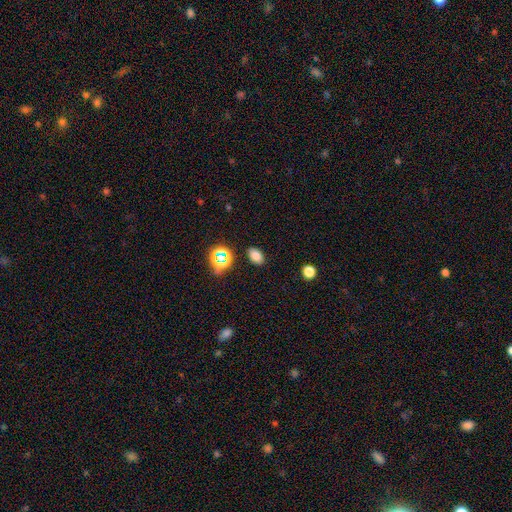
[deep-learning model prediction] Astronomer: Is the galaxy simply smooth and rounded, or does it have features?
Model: smooth — 77%.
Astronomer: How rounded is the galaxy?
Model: in between — 84%.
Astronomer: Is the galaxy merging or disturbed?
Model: none — 87%.